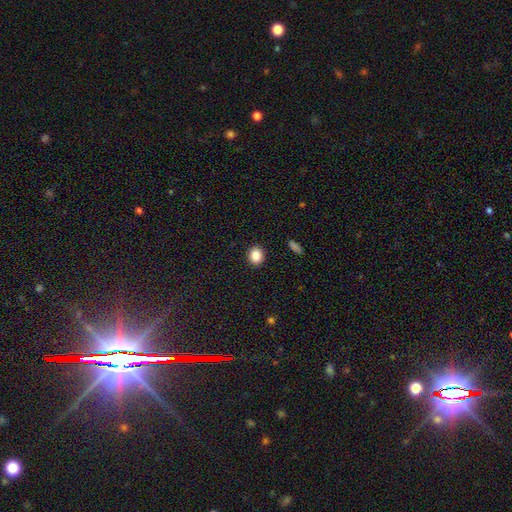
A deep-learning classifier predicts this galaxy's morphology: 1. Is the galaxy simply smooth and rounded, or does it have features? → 86% smooth, 10% star or artifact, 5% featured or disk.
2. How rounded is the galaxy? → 65% round, 34% in between, 1% cigar-shaped.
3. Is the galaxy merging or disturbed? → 91% none, 6% minor disturbance, 2% major disturbance, 1% merger.